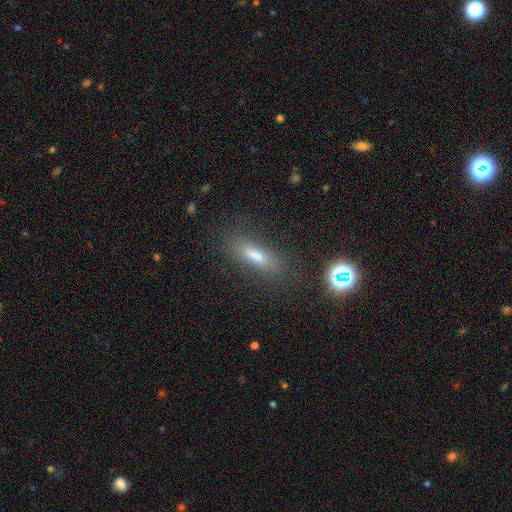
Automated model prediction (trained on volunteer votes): smooth_or_featured: smooth (p=0.63) [alt: star or artifact p=0.19]
how_rounded: in between (p=0.52) [alt: cigar-shaped p=0.42]
merging: none (p=0.80) [alt: minor disturbance p=0.12]